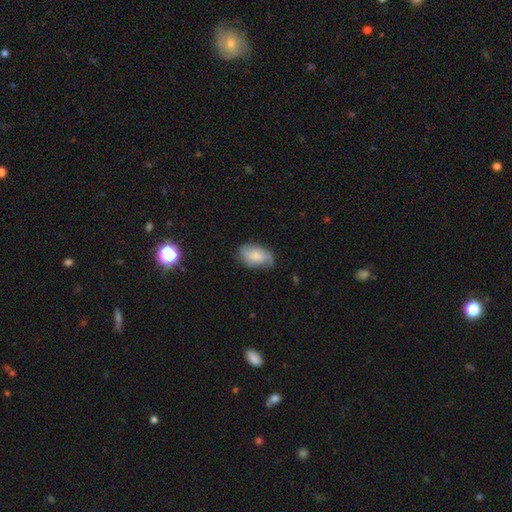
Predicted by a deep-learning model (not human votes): A smooth galaxy with no disk features (53%) that is in between round and cigar-shaped (90%). Merging: none (61%).